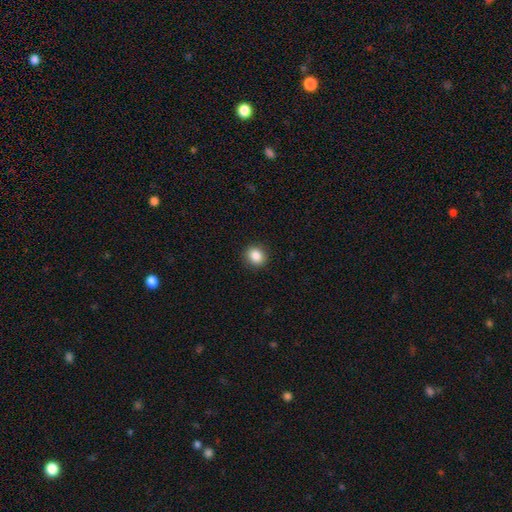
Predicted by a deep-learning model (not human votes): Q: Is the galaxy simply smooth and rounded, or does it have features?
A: smooth — 87%.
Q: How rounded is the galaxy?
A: round — 73%.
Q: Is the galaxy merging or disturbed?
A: none — 90%.